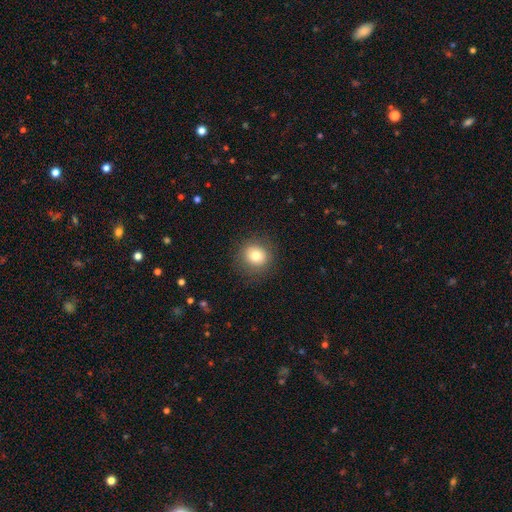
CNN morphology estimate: A smooth galaxy with no disk features (78%) that is round (88%). Merging: none (87%).